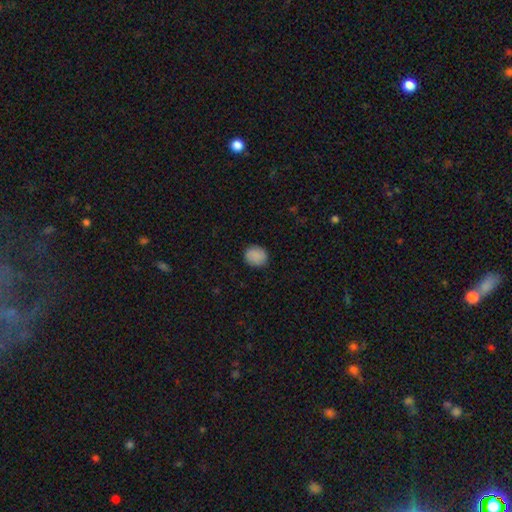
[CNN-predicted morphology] Smooth or featured: smooth — 88% (star or artifact — 8%)
How rounded: round — 72% (in between — 27%)
Merging: none — 87% (minor disturbance — 10%)